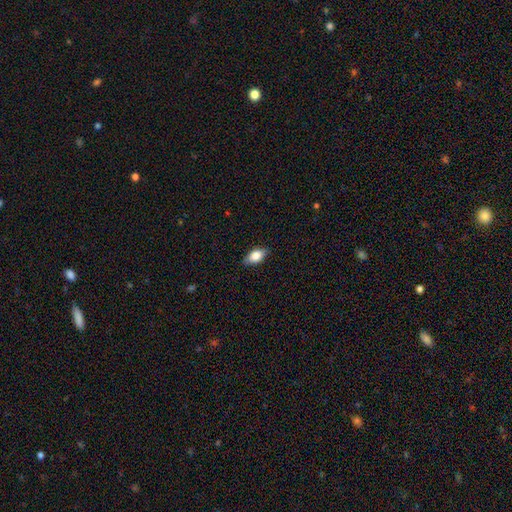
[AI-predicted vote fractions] smooth_or_featured: smooth (p=0.75) [alt: featured or disk p=0.18]
how_rounded: in between (p=0.88) [alt: cigar-shaped p=0.07]
merging: none (p=0.85) [alt: minor disturbance p=0.12]